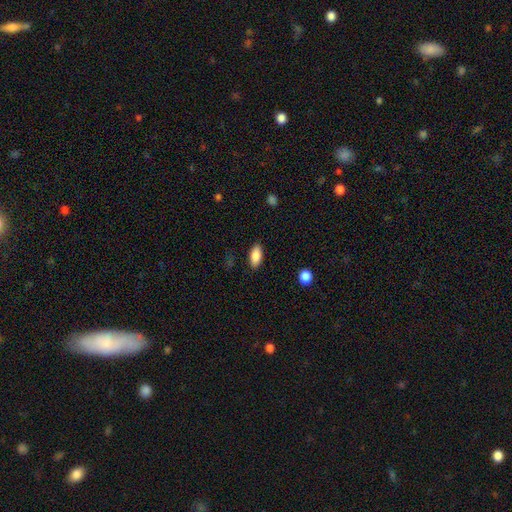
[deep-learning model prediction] Smooth or featured: smooth — 87% (star or artifact — 7%)
How rounded: in between — 89% (cigar-shaped — 9%)
Merging: none — 87% (minor disturbance — 10%)